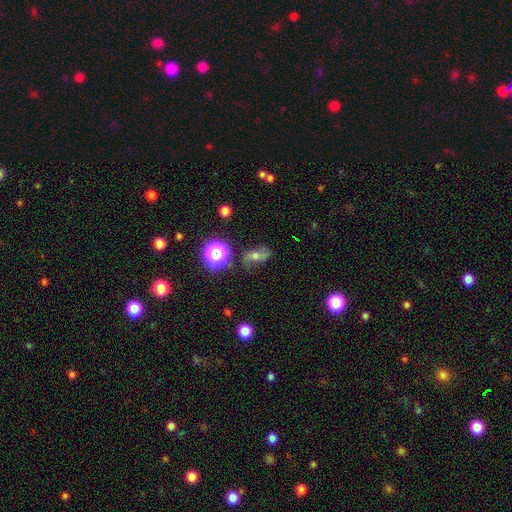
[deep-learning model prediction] featured or disk 51%, smooth 26%, star or artifact 23%. Down the decision tree: edge-on disk — no (93%); merging — none (69%).